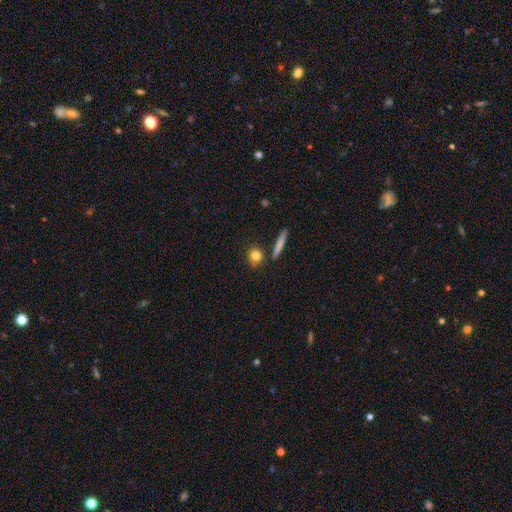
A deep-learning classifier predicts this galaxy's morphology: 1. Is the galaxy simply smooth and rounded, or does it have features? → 82% smooth, 9% featured or disk, 9% star or artifact.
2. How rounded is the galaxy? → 78% round, 14% in between, 8% cigar-shaped.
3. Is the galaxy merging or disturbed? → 79% none, 10% minor disturbance, 9% merger, 3% major disturbance.